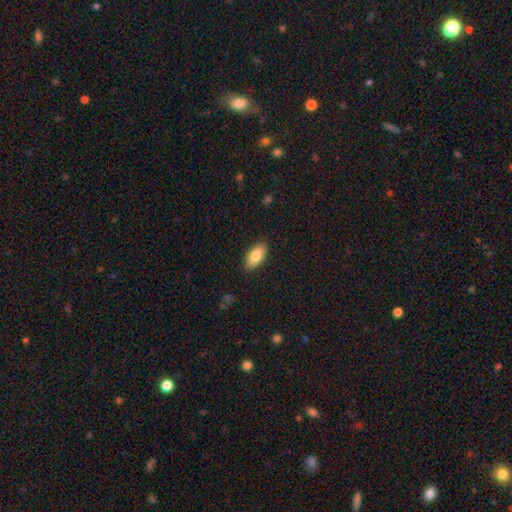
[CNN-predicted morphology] Smooth or featured? Predicted: smooth (p=0.83). How rounded? Predicted: in between (p=0.91). Merging? Predicted: none (p=0.88).